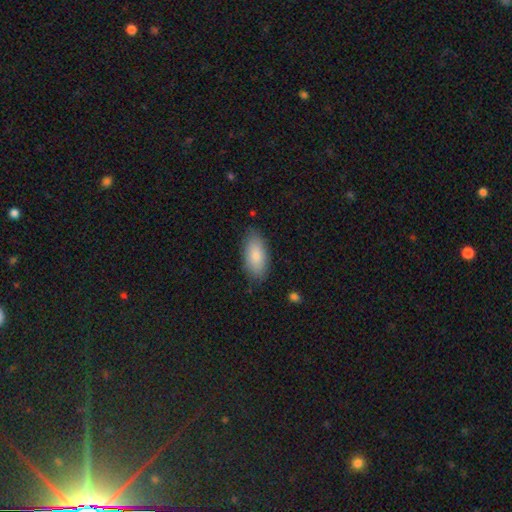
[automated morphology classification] A smooth galaxy with no disk features (84%) that is in between round and cigar-shaped (91%).

Vote fractions:
- Smooth or featured? smooth: 84% / featured or disk: 10% / star or artifact: 6%
- How rounded? in between: 91% / cigar-shaped: 7% / round: 2%
- Merging? none: 82% / minor disturbance: 14% / major disturbance: 3% / merger: 1%